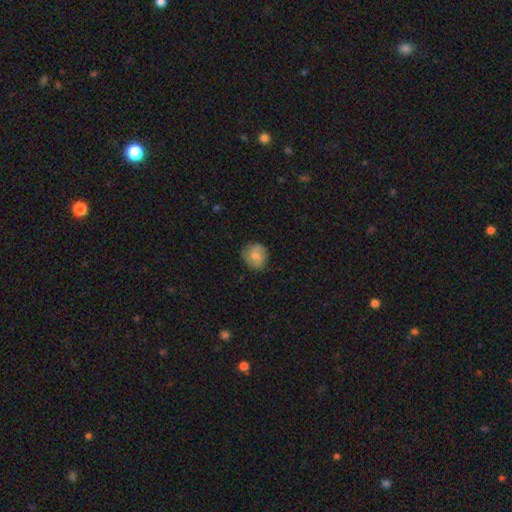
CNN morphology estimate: Overall: smooth (73%). How rounded: round (82%). Merging: none (78%).